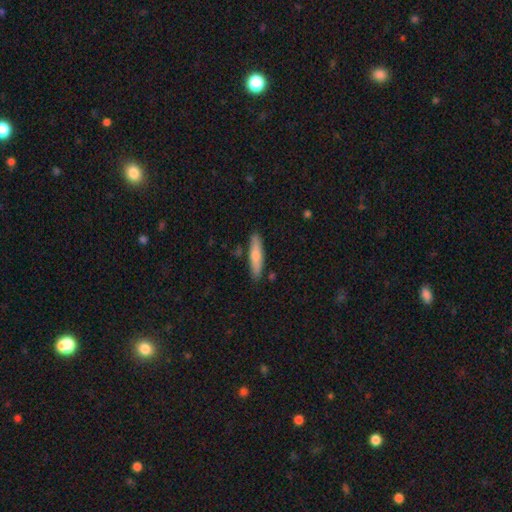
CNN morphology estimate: A smooth galaxy with no disk features (71%) that is cigar-shaped (79%).

Vote fractions:
- Smooth or featured? smooth: 71% / featured or disk: 24% / star or artifact: 6%
- How rounded? cigar-shaped: 79% / in between: 19% / round: 2%
- Merging? none: 85% / minor disturbance: 11% / merger: 3% / major disturbance: 2%